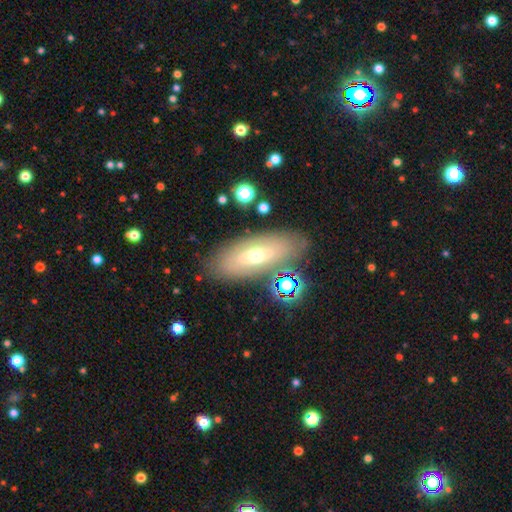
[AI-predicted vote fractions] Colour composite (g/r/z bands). It shows a featured or disk galaxy (51%). Merging: none (80%).